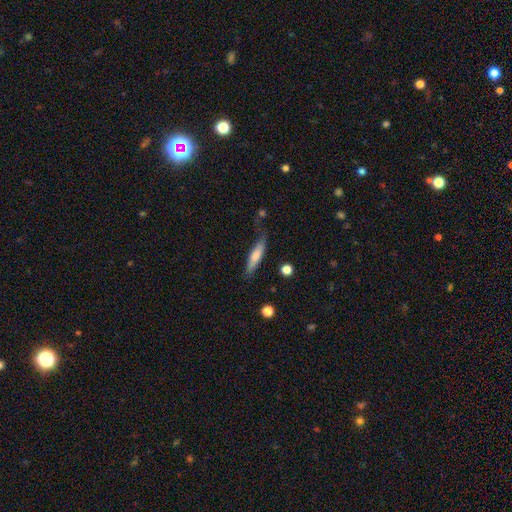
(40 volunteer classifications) This is likely a smooth galaxy (65%). How rounded: clearly cigar-shaped (85%). Merging: likely none (72%).